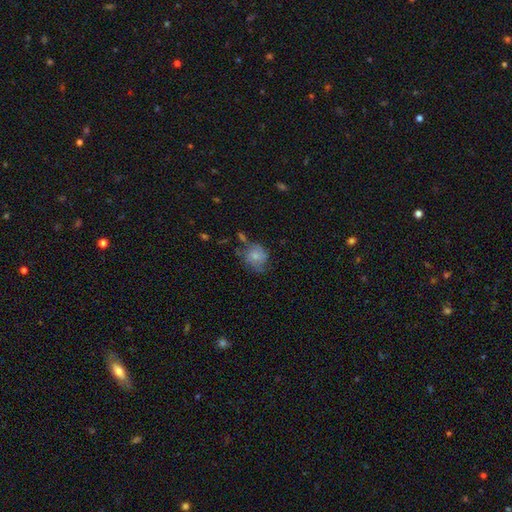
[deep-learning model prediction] A smooth galaxy with no disk features (58%) that is round (72%).

Vote fractions:
- Smooth or featured? smooth: 58% / featured or disk: 34% / star or artifact: 9%
- How rounded? round: 72% / in between: 26% / cigar-shaped: 1%
- Merging? none: 50% / minor disturbance: 29% / major disturbance: 14% / merger: 7%